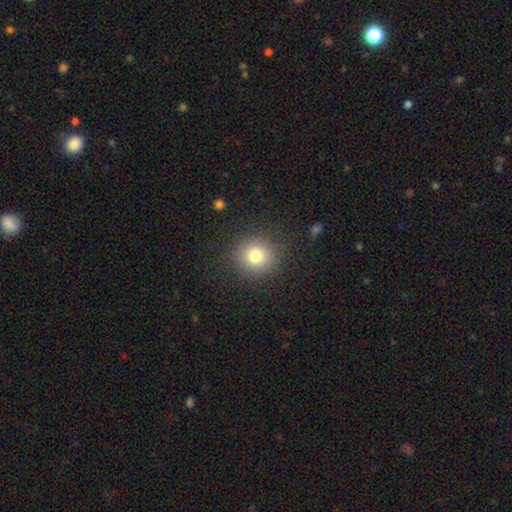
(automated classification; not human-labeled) This appears to be a smooth galaxy with no disk features (78%) that is round (91%). Merging: none (89%).